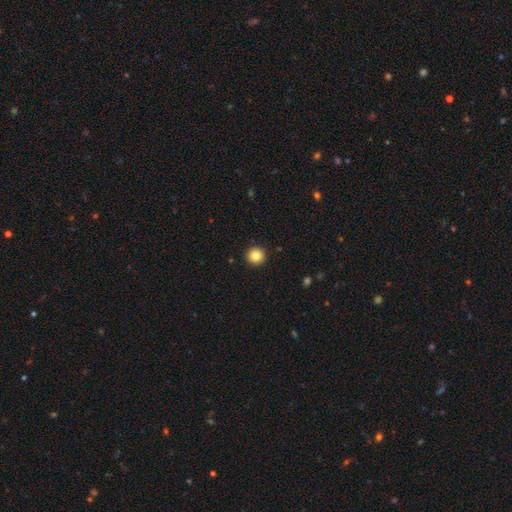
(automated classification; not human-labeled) The model was most divided on "smooth or featured": smooth: 84%, star or artifact: 10%, featured or disk: 6%. More confident: how rounded — round (95%); merging — none (93%).